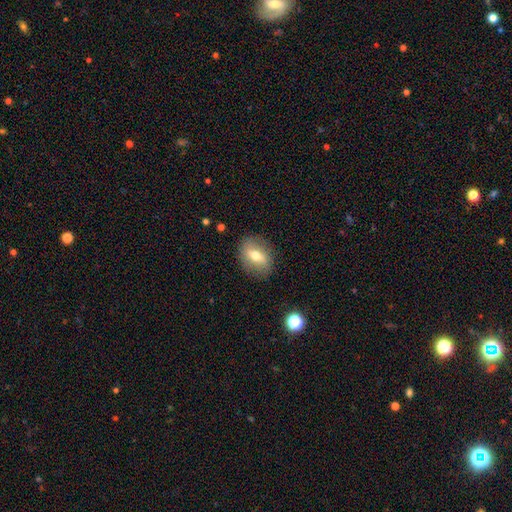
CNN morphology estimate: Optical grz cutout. It shows a smooth galaxy with no disk features (54%) that is in between round and cigar-shaped (63%). Merging: none (84%).